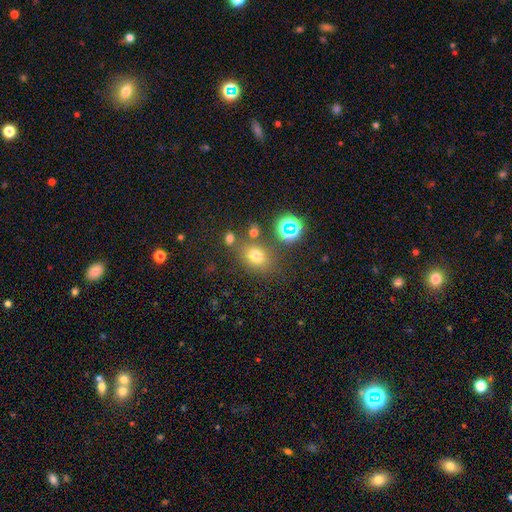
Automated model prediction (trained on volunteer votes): Smooth or featured?
  - smooth: 70% *
  - star or artifact: 20%
  - featured or disk: 10%
How rounded?
  - in between: 53% *
  - round: 45%
  - cigar-shaped: 2%
Merging?
  - none: 72% *
  - minor disturbance: 14%
  - merger: 9%
  - major disturbance: 6%